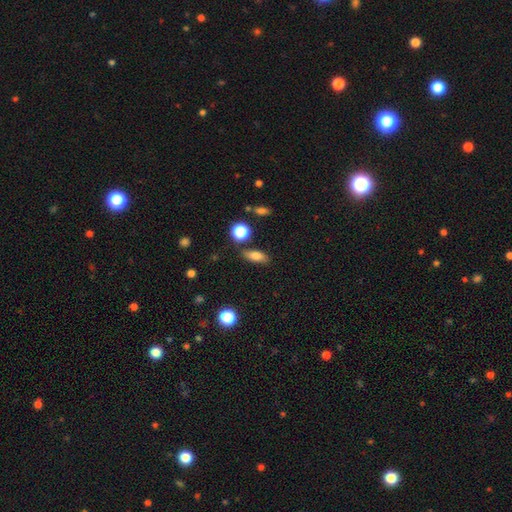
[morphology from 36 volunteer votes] Q: Smooth or featured?
A: smooth (89%); runner-up: featured or disk (8%)
Q: How rounded?
A: in between (66%); runner-up: cigar-shaped (19%)
Q: Merging?
A: none (89%); runner-up: minor disturbance (9%)